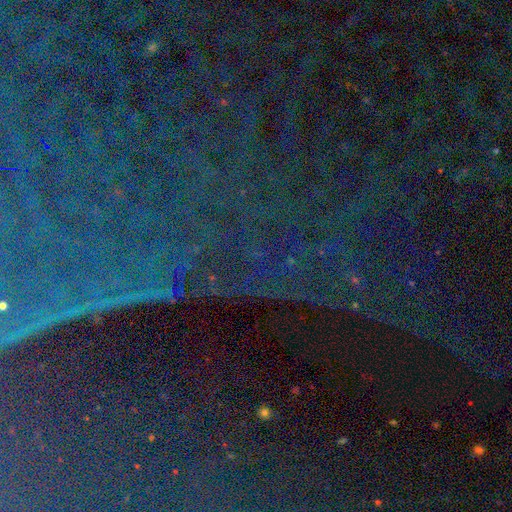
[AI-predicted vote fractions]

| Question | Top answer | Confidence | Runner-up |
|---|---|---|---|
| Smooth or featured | star or artifact | 86% | featured or disk (7%) |